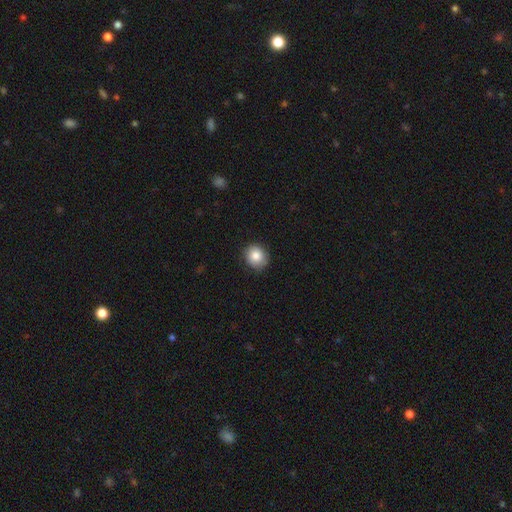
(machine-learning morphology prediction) Smooth or featured: smooth — 85% (star or artifact — 9%)
How rounded: round — 75% (in between — 24%)
Merging: none — 84% (minor disturbance — 13%)